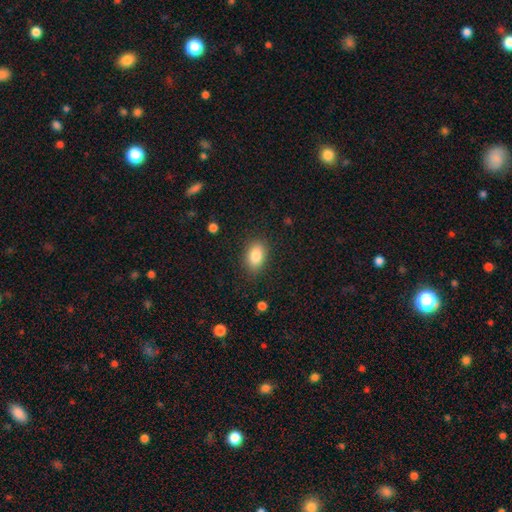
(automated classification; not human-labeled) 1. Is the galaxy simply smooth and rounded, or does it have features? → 85% smooth, 8% star or artifact, 7% featured or disk.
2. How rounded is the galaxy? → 86% in between, 12% round, 2% cigar-shaped.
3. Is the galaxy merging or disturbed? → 84% none, 11% minor disturbance, 3% major disturbance, 1% merger.